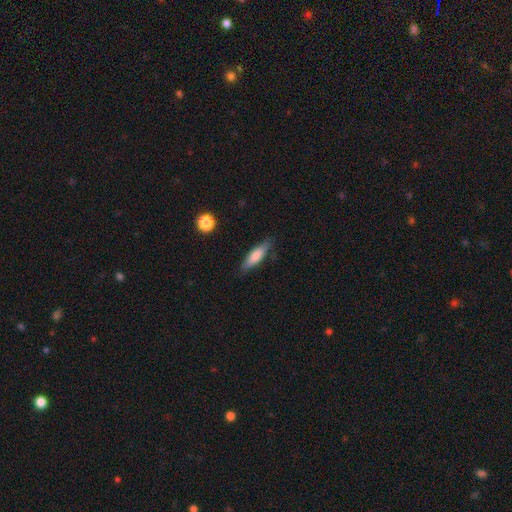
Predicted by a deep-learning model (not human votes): smooth-or-featured: smooth: 73% | featured or disk: 21% | star or artifact: 7%
  how-rounded: cigar-shaped: 64% | in between: 34% | round: 2%
  merging: none: 82% | minor disturbance: 14% | major disturbance: 3% | merger: 1%